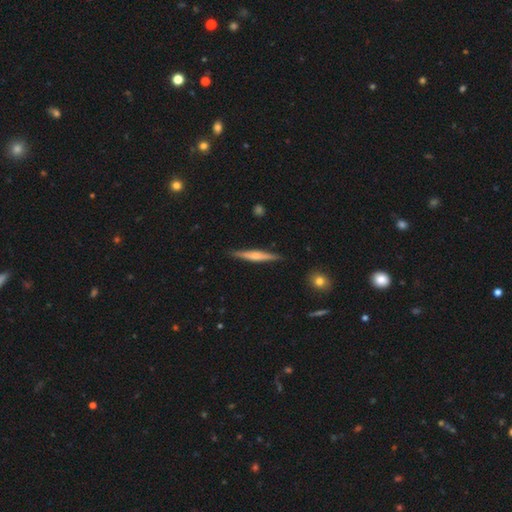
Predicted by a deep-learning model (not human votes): This appears to be a featured or disk galaxy (59%) viewed edge-on (97%) with a rounded central bulge (71%). Merging: none (89%).